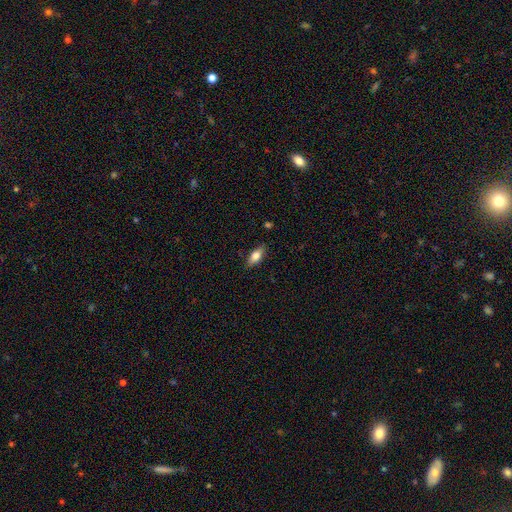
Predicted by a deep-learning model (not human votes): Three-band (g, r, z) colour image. It shows a smooth galaxy with no disk features (66%) that is in between round and cigar-shaped (75%). Merging: none (83%).